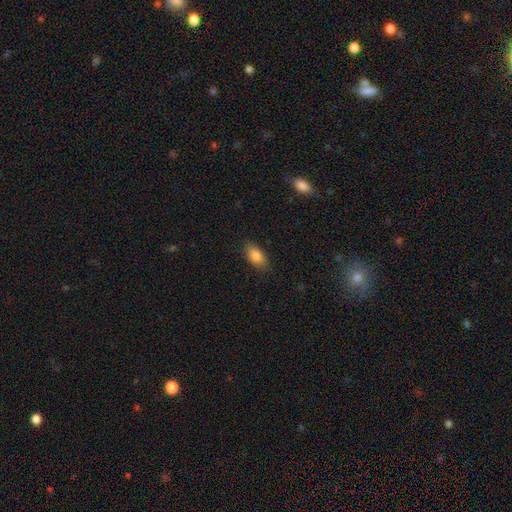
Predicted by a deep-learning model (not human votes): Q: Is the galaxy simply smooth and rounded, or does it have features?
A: smooth — 85%.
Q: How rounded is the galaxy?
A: in between — 89%.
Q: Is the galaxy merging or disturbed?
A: none — 83%.